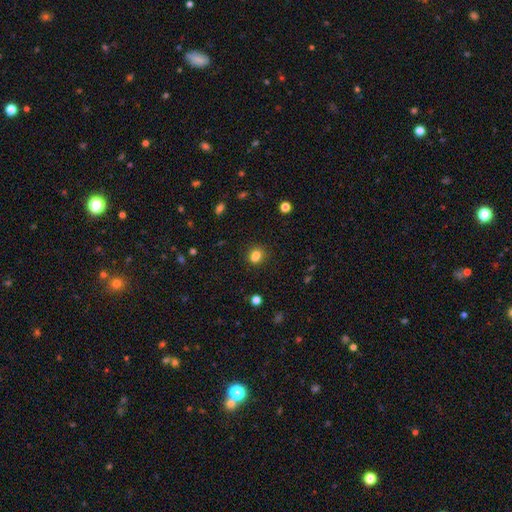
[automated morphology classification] Smooth or featured? Predicted: smooth (p=0.80). How rounded? Predicted: round (p=0.54). Merging? Predicted: none (p=0.68).